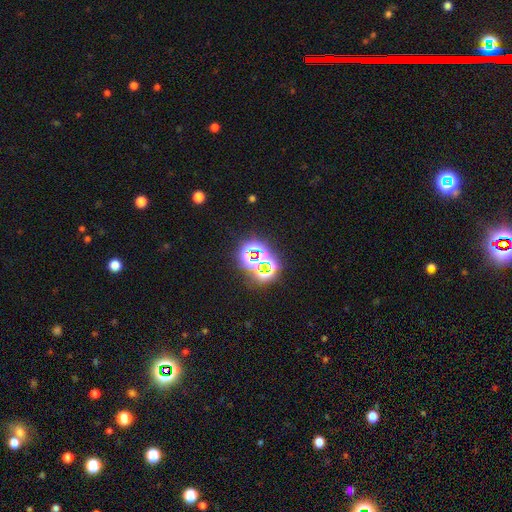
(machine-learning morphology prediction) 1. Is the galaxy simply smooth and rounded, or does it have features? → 73% star or artifact, 17% smooth, 10% featured or disk.